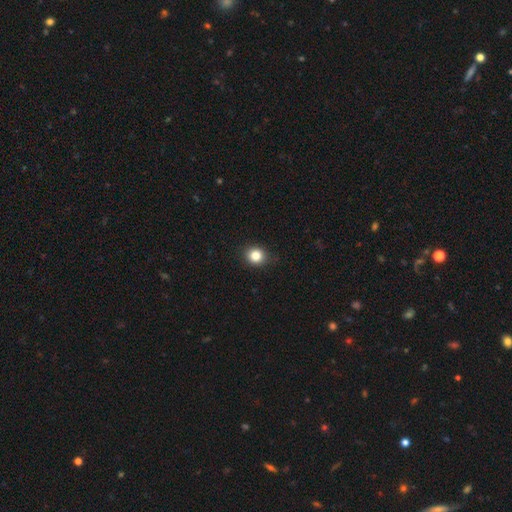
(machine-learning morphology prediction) A smooth galaxy with no disk features (84%) that is round (80%). Merging: none (88%).